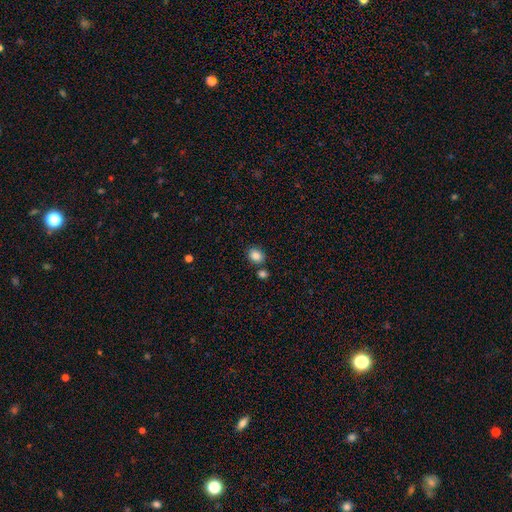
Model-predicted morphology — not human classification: Q: Smooth or featured?
A: smooth (85%); runner-up: star or artifact (10%)
Q: How rounded?
A: round (55%); runner-up: in between (44%)
Q: Merging?
A: none (75%); runner-up: merger (11%)